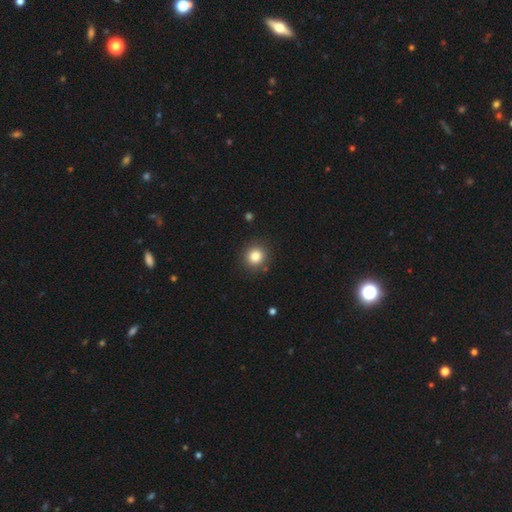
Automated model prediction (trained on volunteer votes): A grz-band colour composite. It shows a smooth galaxy with no disk features (83%) that is round (91%). Merging: none (89%).